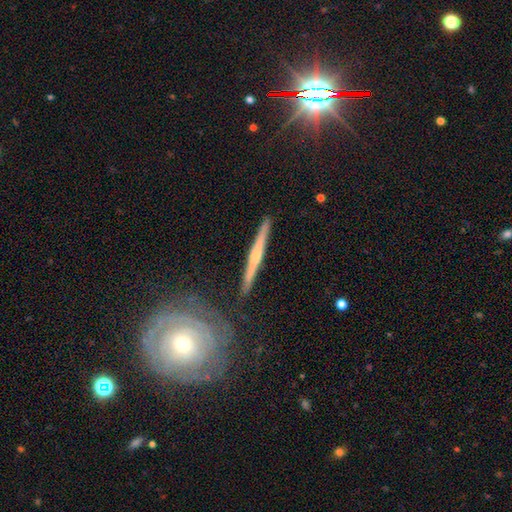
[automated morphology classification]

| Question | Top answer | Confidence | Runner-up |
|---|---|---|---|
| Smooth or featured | featured or disk | 69% | smooth (26%) |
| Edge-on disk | yes | 97% | no (3%) |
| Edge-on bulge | rounded | 51% | none (38%) |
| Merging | none | 89% | minor disturbance (8%) |